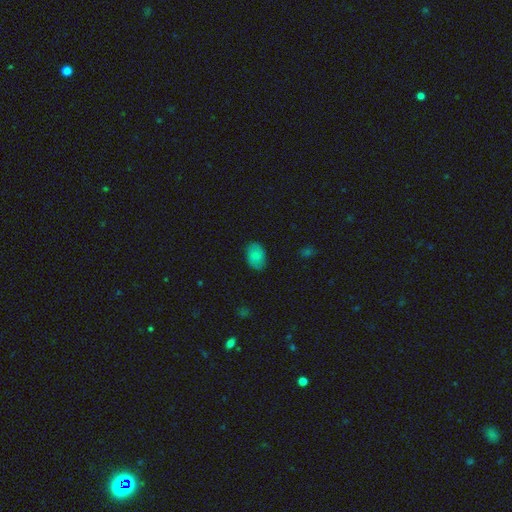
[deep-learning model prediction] This is clearly a smooth galaxy (82%). How rounded: clearly in between (86%). Merging: clearly none (84%).